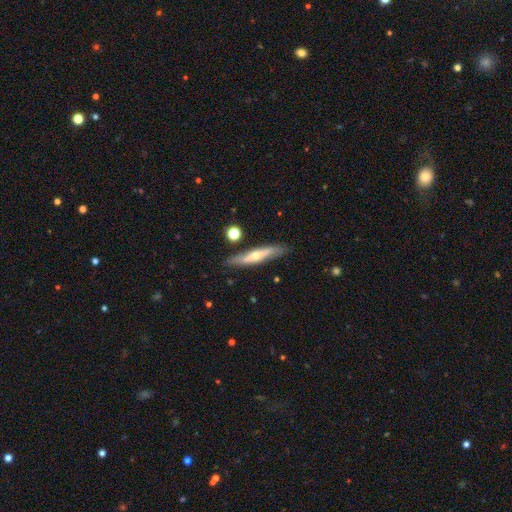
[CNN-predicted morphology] smooth_or_featured: featured or disk (p=0.57) [alt: smooth p=0.37]
disk_edge_on: yes (p=0.82) [alt: no p=0.18]
merging: none (p=0.83) [alt: minor disturbance p=0.12]